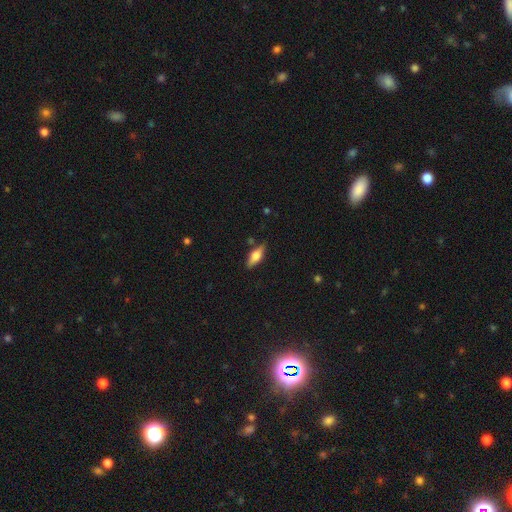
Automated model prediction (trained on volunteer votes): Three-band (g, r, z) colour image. It shows a smooth galaxy with no disk features (49%). Merging: none (82%).